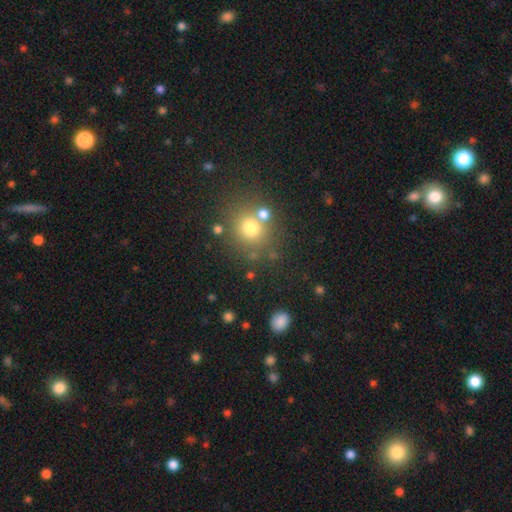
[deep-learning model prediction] Smooth or featured?
  - smooth: 55% *
  - star or artifact: 35%
  - featured or disk: 10%
How rounded?
  - round: 84% *
  - in between: 15%
  - cigar-shaped: 1%
Merging?
  - none: 71% *
  - merger: 16%
  - minor disturbance: 9%
  - major disturbance: 4%